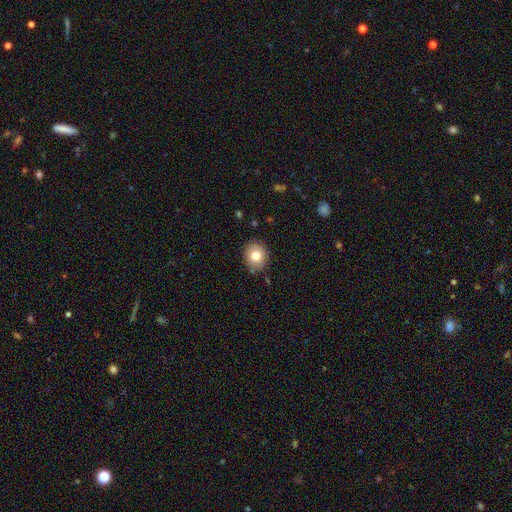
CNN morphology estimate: Smooth or featured? smooth (80%)
How rounded? round (73%)
Merging? none (87%)